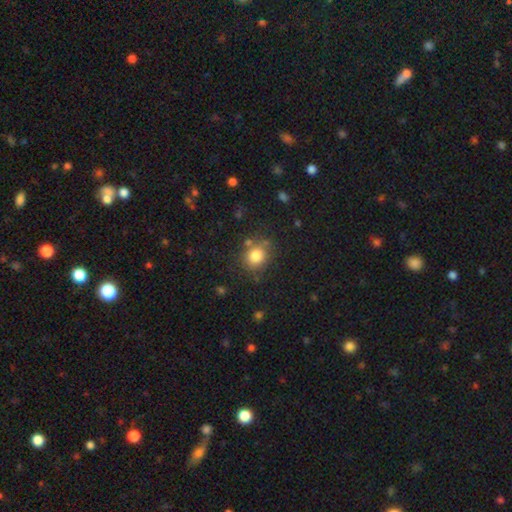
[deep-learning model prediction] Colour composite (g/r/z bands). It shows a smooth galaxy with no disk features (81%) that is round (73%). Merging: none (75%).